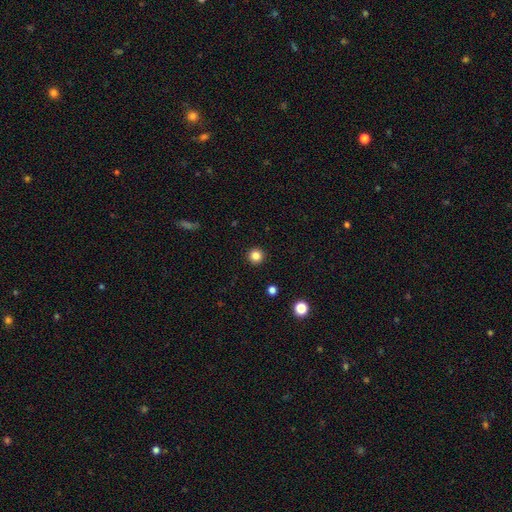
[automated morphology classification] Overall: smooth (84%). How rounded: round (96%). Merging: none (93%).